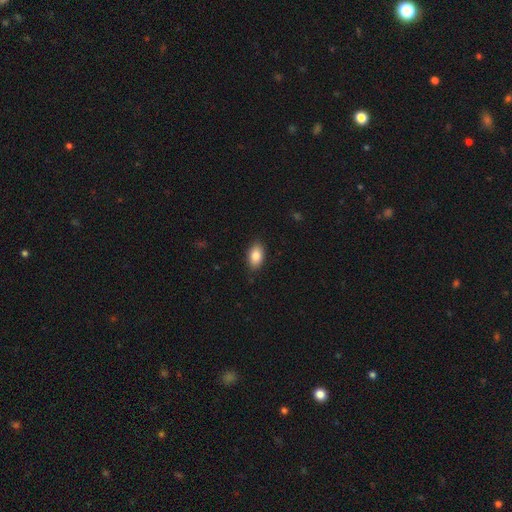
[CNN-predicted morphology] Smooth or featured? smooth (85%)
How rounded? in between (92%)
Merging? none (87%)